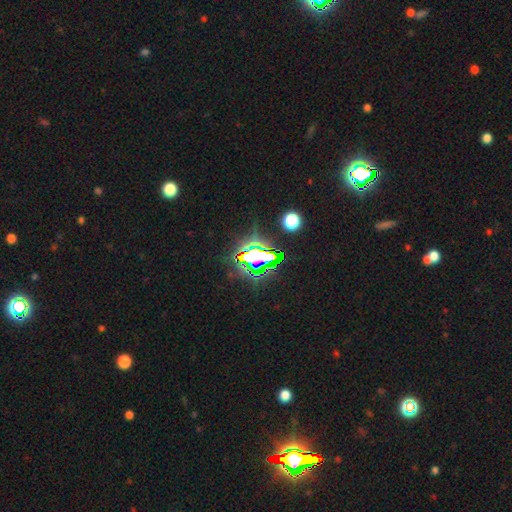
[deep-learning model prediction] star or artifact 72%, smooth 14%, featured or disk 13%.